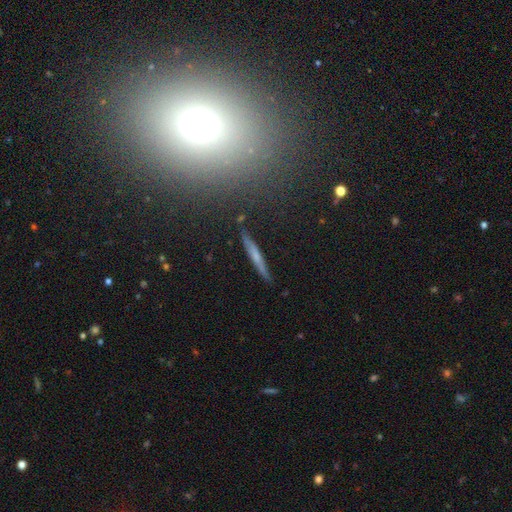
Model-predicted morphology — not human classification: Smooth or featured: smooth — 50% (featured or disk — 42%)
How rounded: cigar-shaped — 94% (in between — 4%)
Merging: none — 86% (minor disturbance — 10%)